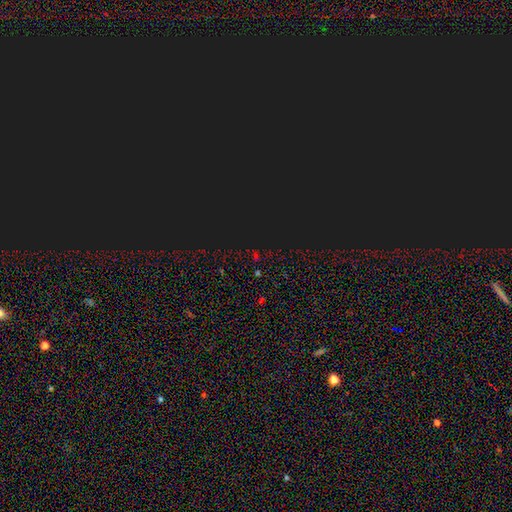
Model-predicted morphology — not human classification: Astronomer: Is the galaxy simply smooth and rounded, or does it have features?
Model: star or artifact — 76%.